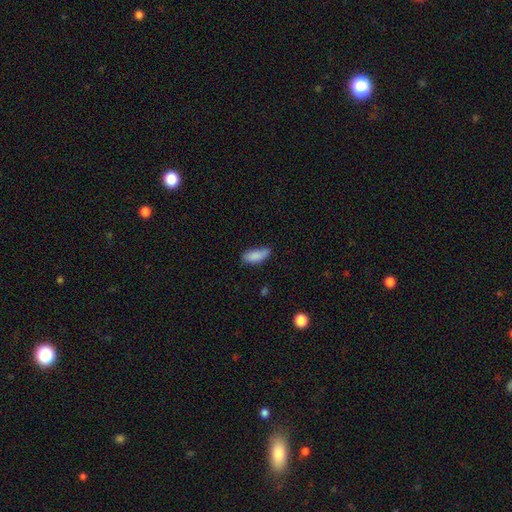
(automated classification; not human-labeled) smooth_or_featured: smooth (p=0.86) [alt: star or artifact p=0.07]
how_rounded: in between (p=0.75) [alt: cigar-shaped p=0.23]
merging: none (p=0.58) [alt: minor disturbance p=0.33]